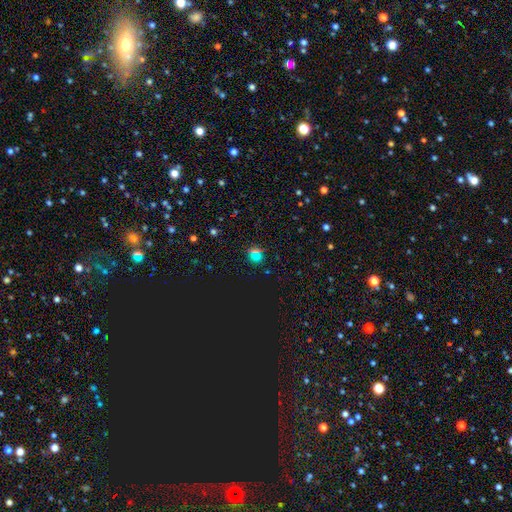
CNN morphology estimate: Smooth or featured? Predicted: star or artifact (p=0.47).